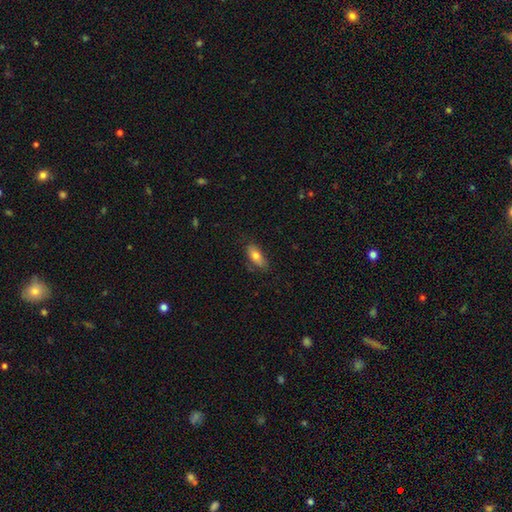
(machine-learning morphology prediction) smooth-or-featured: smooth: 76% | featured or disk: 17% | star or artifact: 7%
  how-rounded: in between: 83% | cigar-shaped: 14% | round: 3%
  merging: none: 76% | minor disturbance: 19% | major disturbance: 4% | merger: 2%